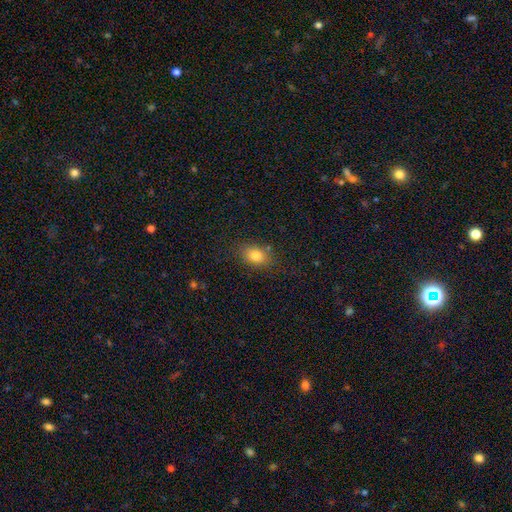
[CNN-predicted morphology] Smooth or featured? smooth (82%)
How rounded? in between (73%)
Merging? none (80%)